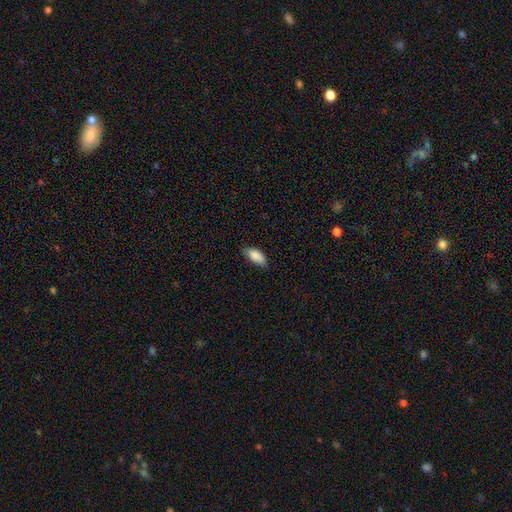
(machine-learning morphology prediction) smooth_or_featured: smooth (p=0.87) [alt: star or artifact p=0.07]
how_rounded: in between (p=0.91) [alt: cigar-shaped p=0.07]
merging: none (p=0.68) [alt: minor disturbance p=0.27]